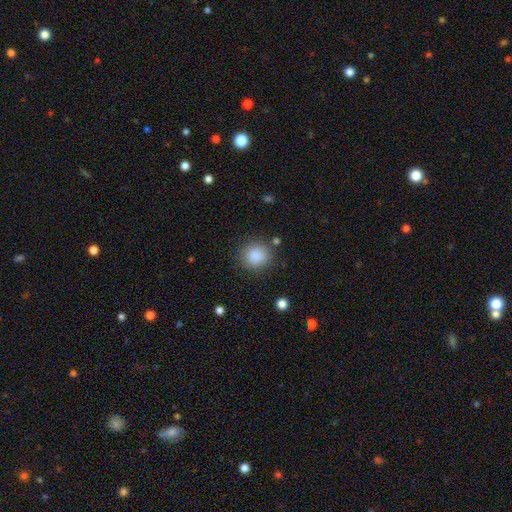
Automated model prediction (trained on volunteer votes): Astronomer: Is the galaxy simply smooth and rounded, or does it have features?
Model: smooth — 86%.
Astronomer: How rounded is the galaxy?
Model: round — 89%.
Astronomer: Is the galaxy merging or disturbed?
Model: none — 85%.